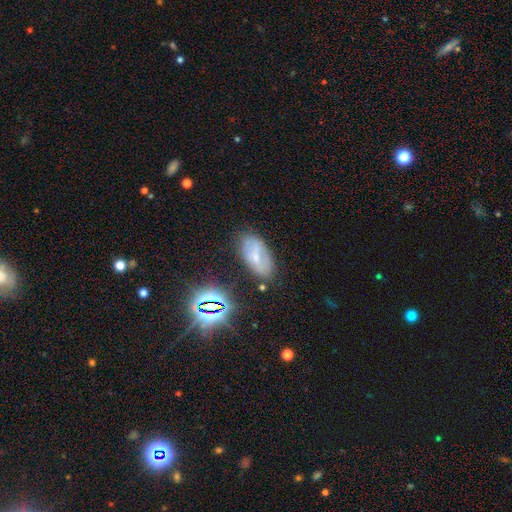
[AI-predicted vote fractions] A featured or disk galaxy (45%).

Vote fractions:
- Smooth or featured? featured or disk: 45% / smooth: 39% / star or artifact: 16%
- Merging? none: 73% / minor disturbance: 19% / major disturbance: 6% / merger: 3%